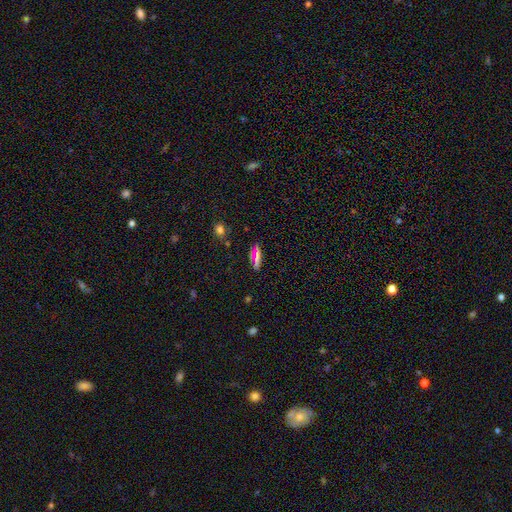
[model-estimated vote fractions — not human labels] This appears to be a smooth galaxy with no disk features (63%) that is in between round and cigar-shaped (59%). Merging: none (82%).